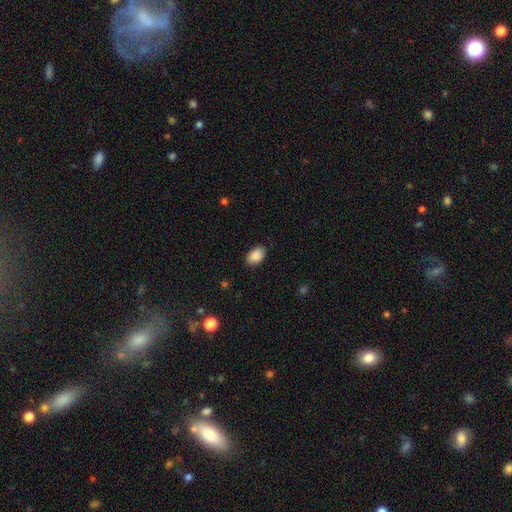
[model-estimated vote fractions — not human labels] A smooth galaxy with no disk features (89%) that is in between round and cigar-shaped (88%). Merging: none (85%).